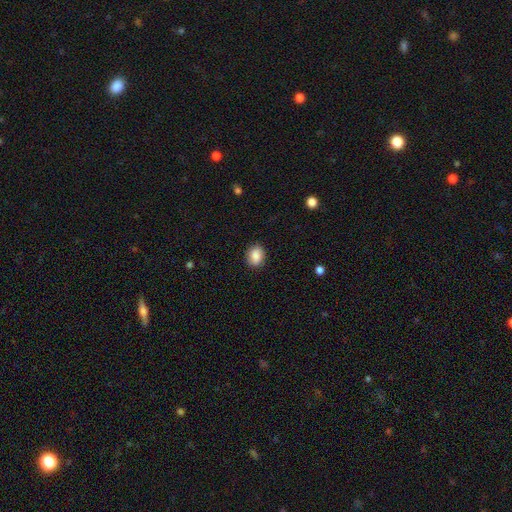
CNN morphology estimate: Q: Smooth or featured?
A: smooth (87%); runner-up: star or artifact (8%)
Q: How rounded?
A: round (51%); runner-up: in between (48%)
Q: Merging?
A: none (87%); runner-up: minor disturbance (10%)